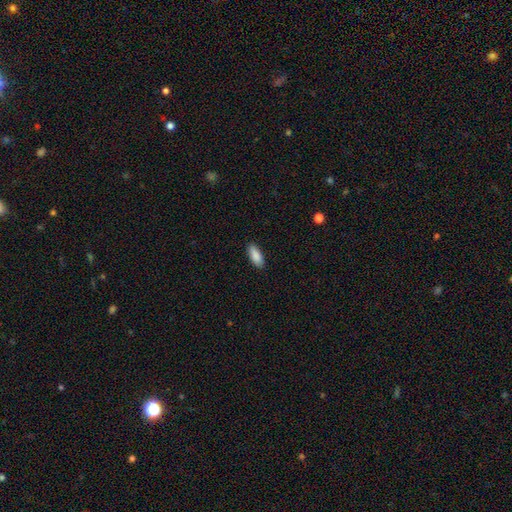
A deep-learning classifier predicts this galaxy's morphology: This is clearly a smooth galaxy (89%). How rounded: likely in between (78%). Merging: clearly none (88%).